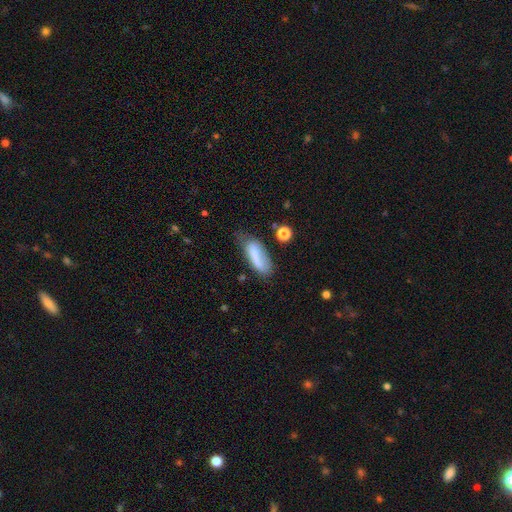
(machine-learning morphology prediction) Smooth or featured? Predicted: smooth (p=0.70). How rounded? Predicted: in between (p=0.68). Merging? Predicted: none (p=0.44).